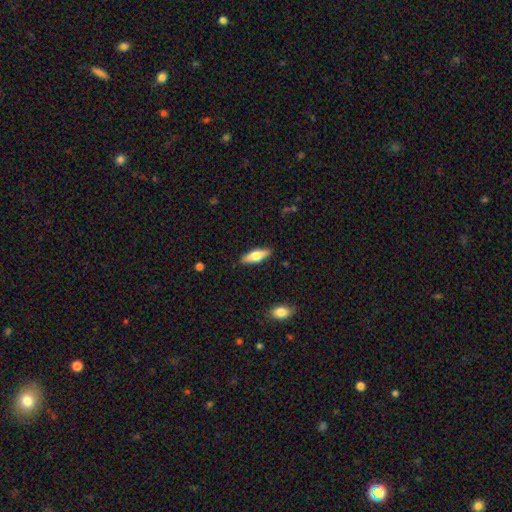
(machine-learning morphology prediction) smooth 60%, featured or disk 34%, star or artifact 6%. Down the decision tree: how rounded — in between (55%); merging — none (88%).